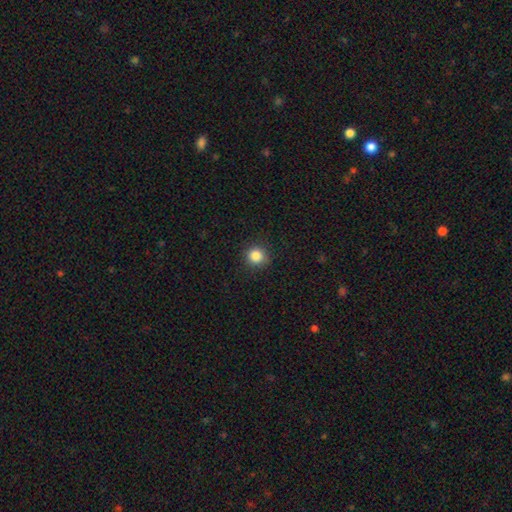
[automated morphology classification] A smooth galaxy with no disk features (85%) that is round (93%).

Vote fractions:
- Smooth or featured? smooth: 85% / star or artifact: 11% / featured or disk: 4%
- How rounded? round: 93% / in between: 6% / cigar-shaped: 1%
- Merging? none: 89% / minor disturbance: 7% / major disturbance: 2% / merger: 1%